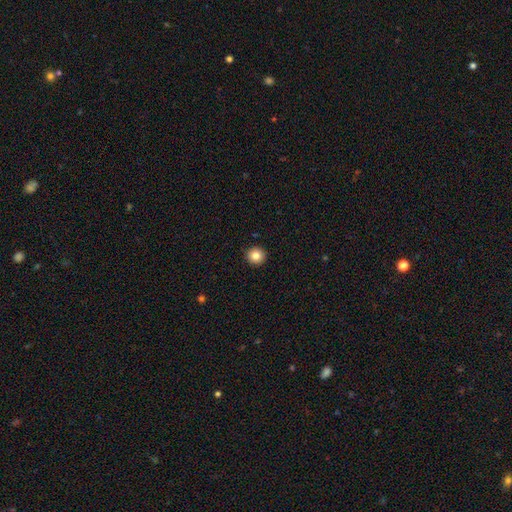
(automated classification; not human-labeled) A smooth galaxy with no disk features (84%) that is round (96%). Merging: none (93%).